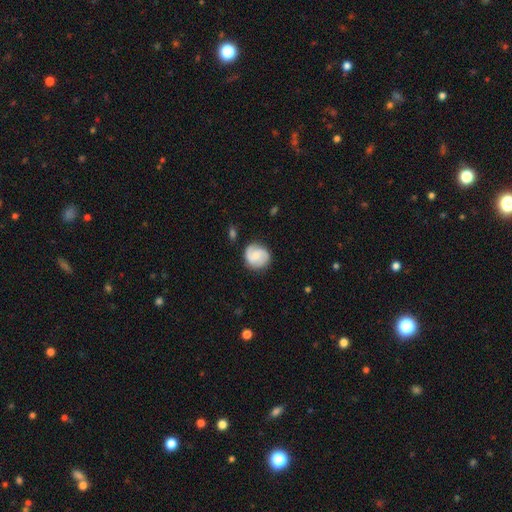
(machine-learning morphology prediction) smooth-or-featured: featured or disk: 63% | smooth: 30% | star or artifact: 7%
  disk-edge-on: no: 98% | yes: 2%
    bar: no: 53% | weak: 40% | strong: 7%
    has-spiral-arms: yes: 94% | no: 6%
      spiral-winding: medium: 45% | tight: 36% | loose: 19%
      spiral-arm-count: 2: 73% | 3: 11% | can't tell: 9% | 1: 3% | 4: 2% | more than 4: 2%
    bulge-size: small: 45% | moderate: 31% | none: 19% | large: 4% | dominant: 2%
  merging: none: 79% | minor disturbance: 14% | major disturbance: 4% | merger: 2%